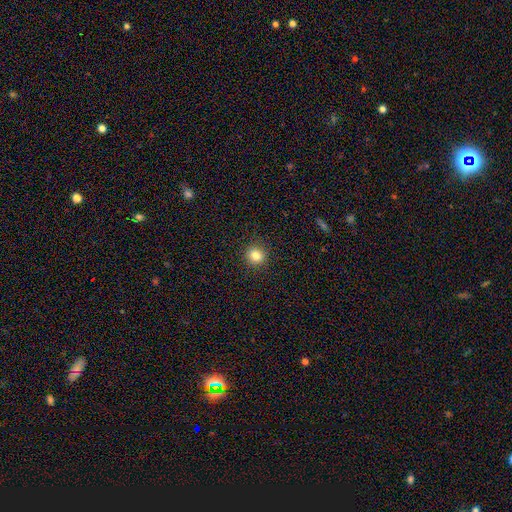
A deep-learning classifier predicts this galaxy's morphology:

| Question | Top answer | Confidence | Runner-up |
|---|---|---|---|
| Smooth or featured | smooth | 82% | star or artifact (12%) |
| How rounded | round | 91% | in between (8%) |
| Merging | none | 91% | minor disturbance (6%) |